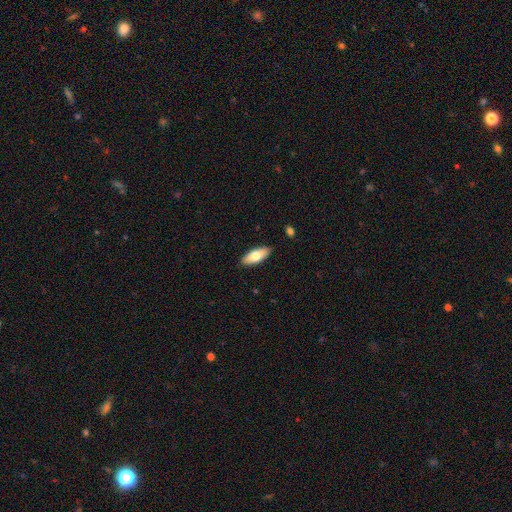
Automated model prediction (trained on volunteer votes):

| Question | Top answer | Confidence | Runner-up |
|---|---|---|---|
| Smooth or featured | smooth | 72% | featured or disk (22%) |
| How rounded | in between | 77% | cigar-shaped (20%) |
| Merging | none | 89% | minor disturbance (8%) |